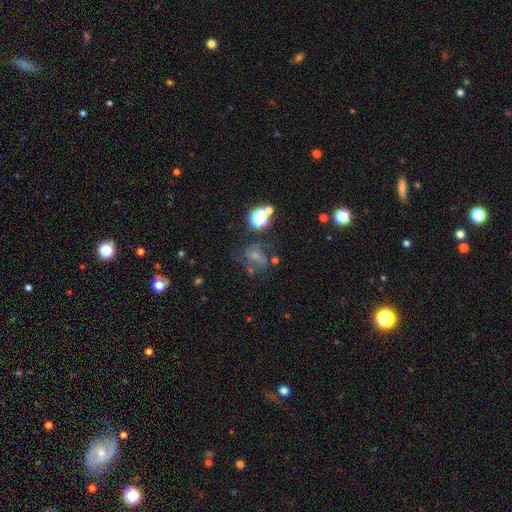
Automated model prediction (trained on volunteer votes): Q: Smooth or featured?
A: smooth (42%); runner-up: featured or disk (33%)
Q: Merging?
A: none (46%); runner-up: minor disturbance (22%)